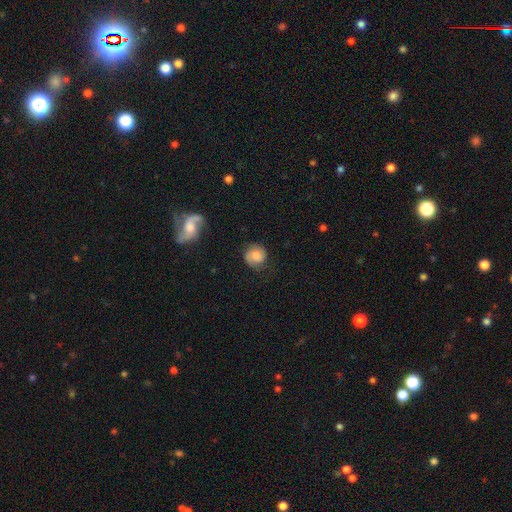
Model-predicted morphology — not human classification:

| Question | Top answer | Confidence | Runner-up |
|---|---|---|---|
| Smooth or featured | smooth | 56% | featured or disk (35%) |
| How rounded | round | 83% | in between (16%) |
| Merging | none | 75% | minor disturbance (17%) |